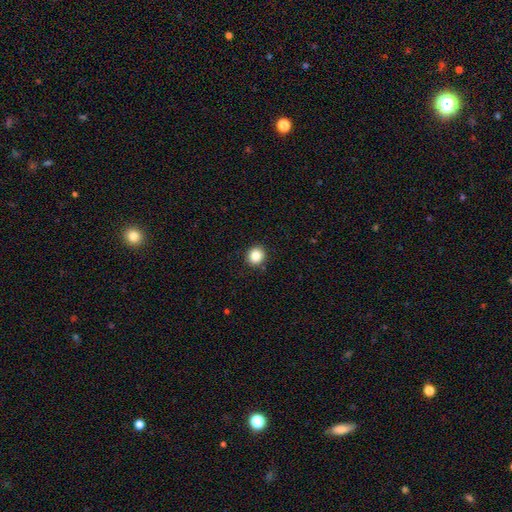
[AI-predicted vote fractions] This is clearly a smooth galaxy (84%). How rounded: clearly round (86%). Merging: clearly none (91%).